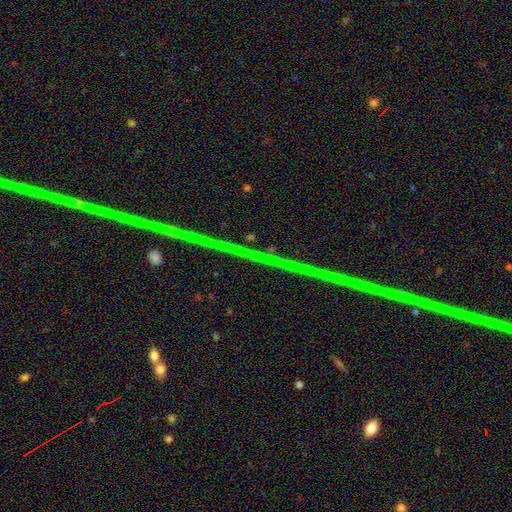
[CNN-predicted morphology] smooth-or-featured: star or artifact: 78% | featured or disk: 15% | smooth: 7%